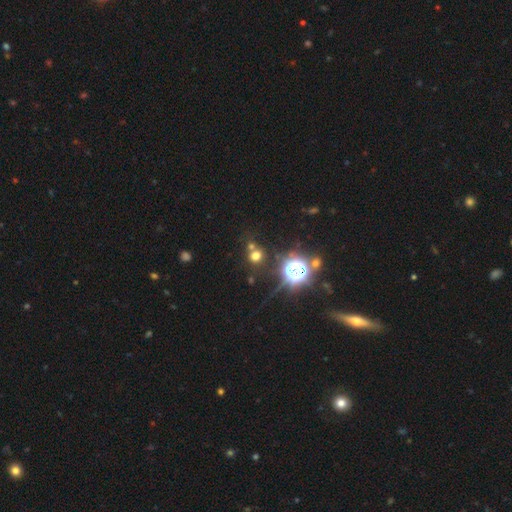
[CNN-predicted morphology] smooth_or_featured: smooth (p=0.58) [alt: star or artifact p=0.34]
how_rounded: round (p=0.85) [alt: in between p=0.13]
merging: none (p=0.69) [alt: merger p=0.17]